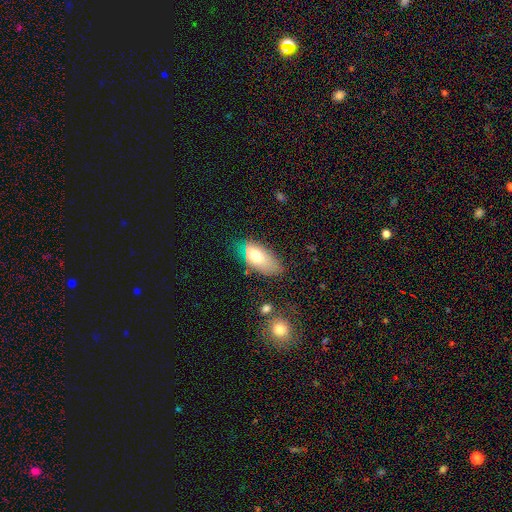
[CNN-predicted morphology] This appears to be a smooth galaxy with no disk features (69%) that is in between round and cigar-shaped (89%). Merging: none (53%).